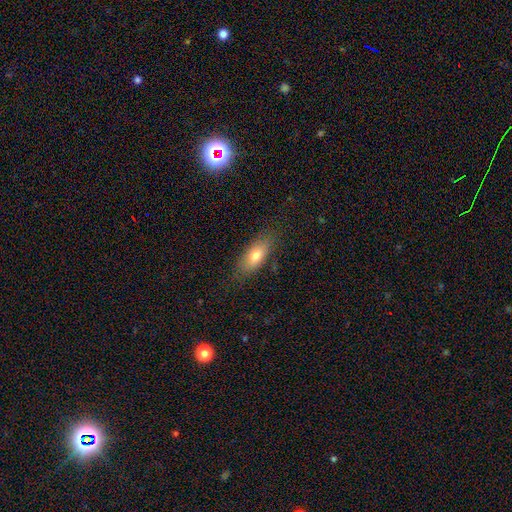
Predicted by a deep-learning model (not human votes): Smooth or featured: smooth — 74% (featured or disk — 19%)
How rounded: in between — 78% (cigar-shaped — 19%)
Merging: none — 80% (minor disturbance — 15%)